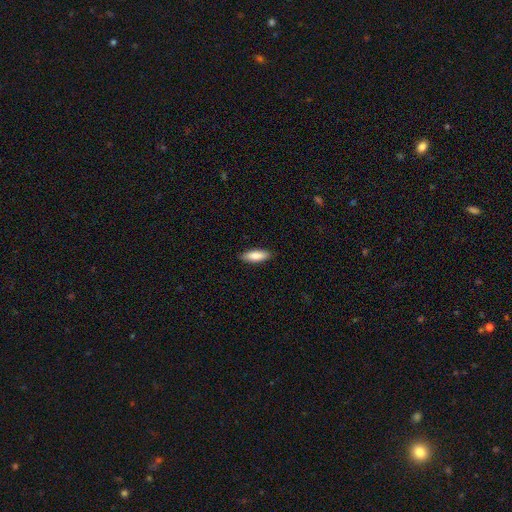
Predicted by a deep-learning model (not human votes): Smooth or featured: smooth — 86% (featured or disk — 9%)
How rounded: in between — 64% (cigar-shaped — 34%)
Merging: none — 89% (minor disturbance — 8%)